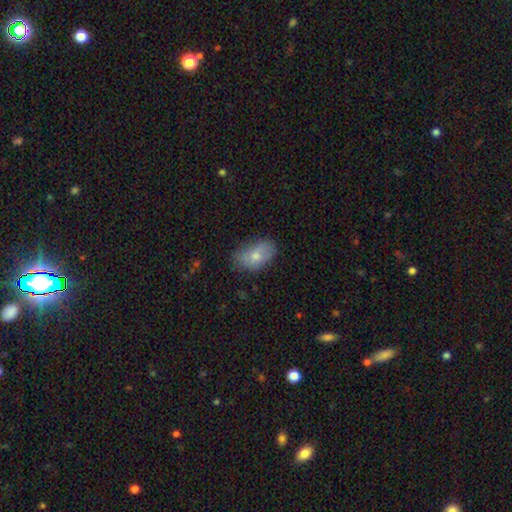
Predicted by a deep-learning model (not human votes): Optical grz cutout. It shows a smooth galaxy with no disk features (73%) that is in between round and cigar-shaped (91%). Merging: none (64%).